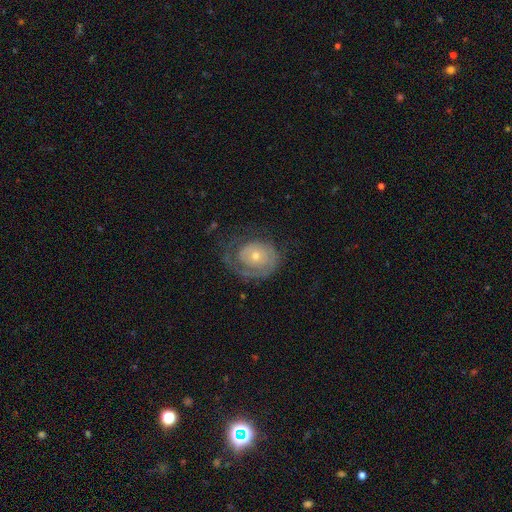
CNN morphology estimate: Q: Smooth or featured?
A: featured or disk (72%); runner-up: smooth (21%)
Q: Edge-on disk?
A: no (97%); runner-up: yes (3%)
Q: Bar?
A: no (82%); runner-up: weak (15%)
Q: Spiral arms?
A: yes (80%); runner-up: no (20%)
Q: Spiral winding?
A: tight (66%); runner-up: medium (23%)
Q: Spiral arm count?
A: 1 (39%); runner-up: can't tell (29%)
Q: Bulge size?
A: small (58%); runner-up: moderate (38%)
Q: Merging?
A: none (56%); runner-up: major disturbance (22%)